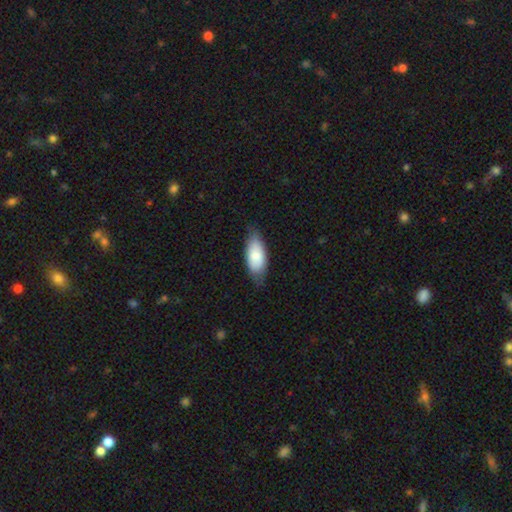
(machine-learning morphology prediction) A smooth galaxy with no disk features (81%) that is in between round and cigar-shaped (88%).

Vote fractions:
- Smooth or featured? smooth: 81% / featured or disk: 14% / star or artifact: 6%
- How rounded? in between: 88% / cigar-shaped: 10% / round: 2%
- Merging? none: 70% / minor disturbance: 25% / major disturbance: 4% / merger: 1%